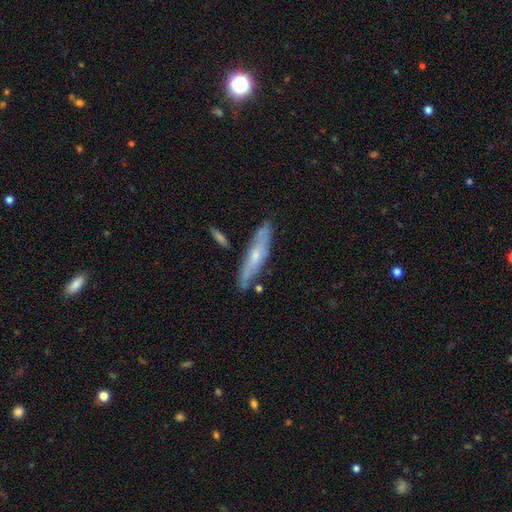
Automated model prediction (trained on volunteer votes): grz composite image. It shows a featured or disk galaxy (55%) viewed edge-on (64%). Merging: none (75%).